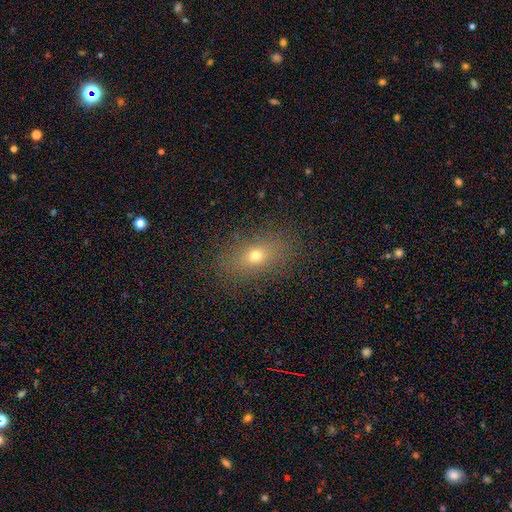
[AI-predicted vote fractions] smooth_or_featured: smooth (p=0.66) [alt: featured or disk p=0.17]
how_rounded: in between (p=0.74) [alt: round p=0.20]
merging: none (p=0.85) [alt: minor disturbance p=0.10]